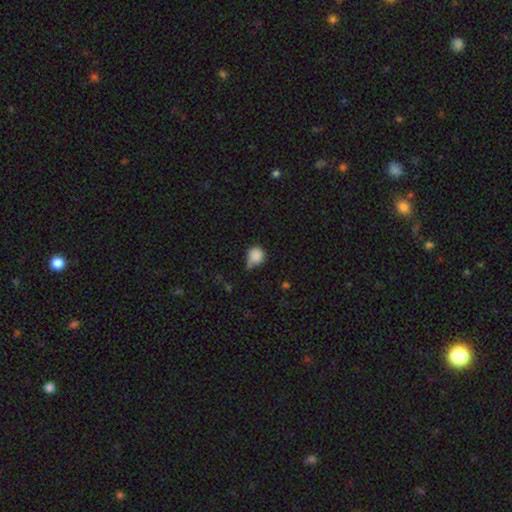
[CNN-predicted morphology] A smooth galaxy with no disk features (86%) that is round (85%). Merging: none (46%).